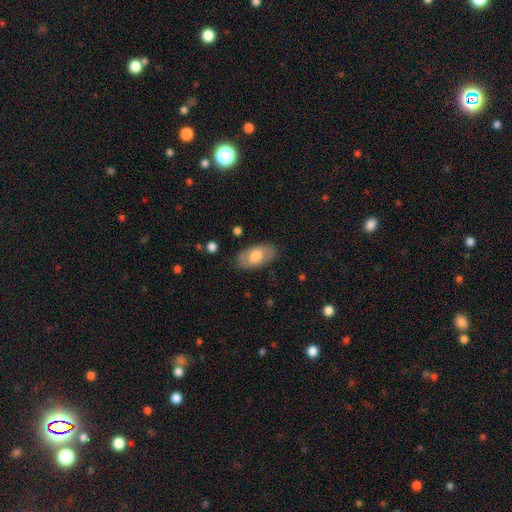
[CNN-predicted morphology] Smooth or featured?
  - smooth: 71% *
  - featured or disk: 24%
  - star or artifact: 6%
How rounded?
  - in between: 94% *
  - round: 4%
  - cigar-shaped: 3%
Merging?
  - none: 82% *
  - minor disturbance: 13%
  - major disturbance: 4%
  - merger: 1%